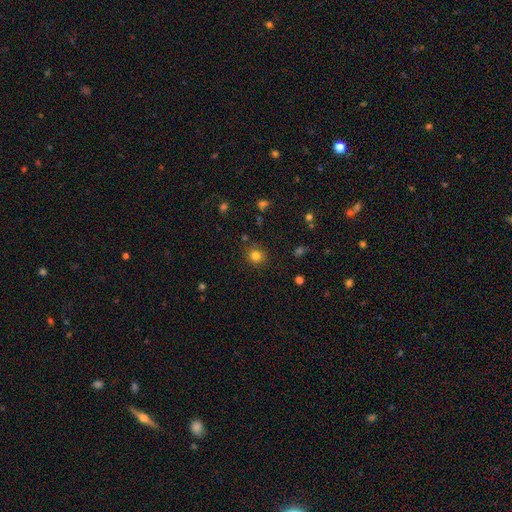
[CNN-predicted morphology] A smooth galaxy with no disk features (81%) that is round (85%). Merging: none (87%).